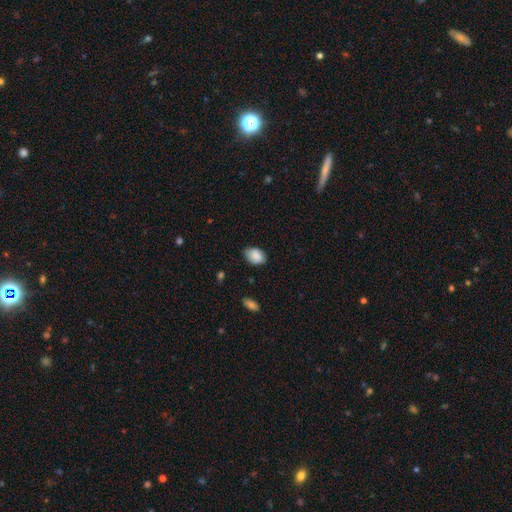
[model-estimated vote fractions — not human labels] Smooth or featured: smooth — 85% (featured or disk — 8%)
How rounded: in between — 84% (round — 15%)
Merging: none — 75% (minor disturbance — 20%)